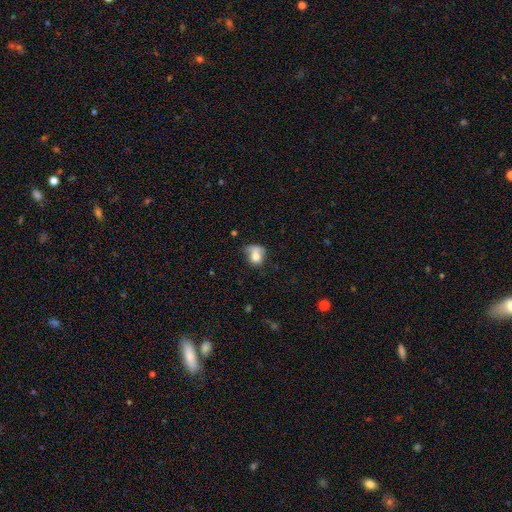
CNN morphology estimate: smooth 71%, featured or disk 18%, star or artifact 10%. Down the decision tree: how rounded — round (52%); merging — minor disturbance (31%, tied with none).